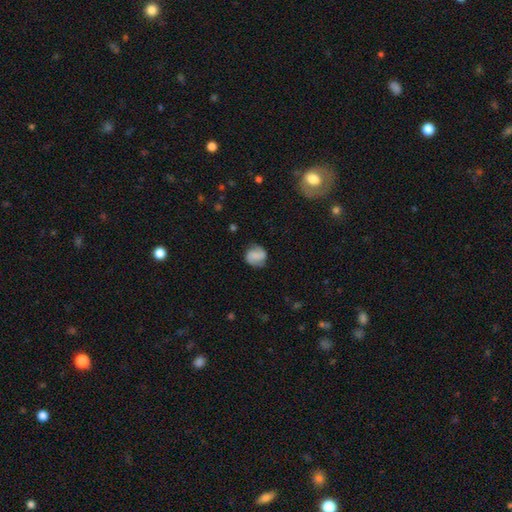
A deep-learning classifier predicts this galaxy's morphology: smooth-or-featured: featured or disk: 48% | smooth: 43% | star or artifact: 9%
  merging: none: 76% | minor disturbance: 16% | major disturbance: 6% | merger: 2%